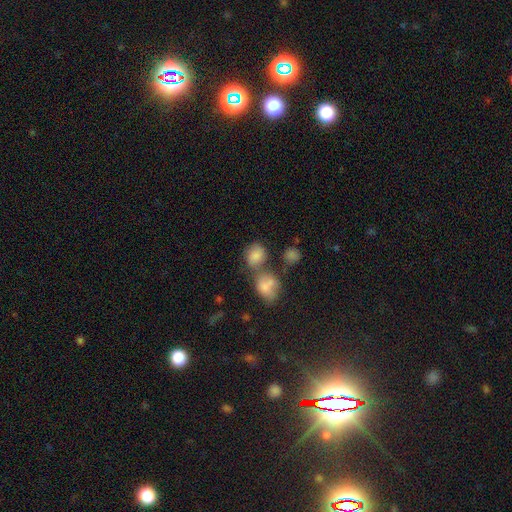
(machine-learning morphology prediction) Q: Smooth or featured?
A: smooth (78%); runner-up: star or artifact (11%)
Q: How rounded?
A: round (54%); runner-up: in between (45%)
Q: Merging?
A: none (42%); runner-up: merger (38%)